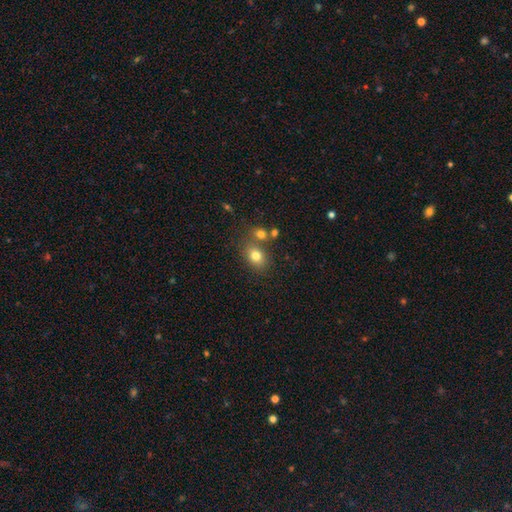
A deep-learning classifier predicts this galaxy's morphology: A smooth galaxy with no disk features (78%) that is in between round and cigar-shaped (59%).

Vote fractions:
- Smooth or featured? smooth: 78% / star or artifact: 12% / featured or disk: 10%
- How rounded? in between: 59% / round: 40% / cigar-shaped: 1%
- Merging? none: 65% / merger: 19% / minor disturbance: 12% / major disturbance: 4%